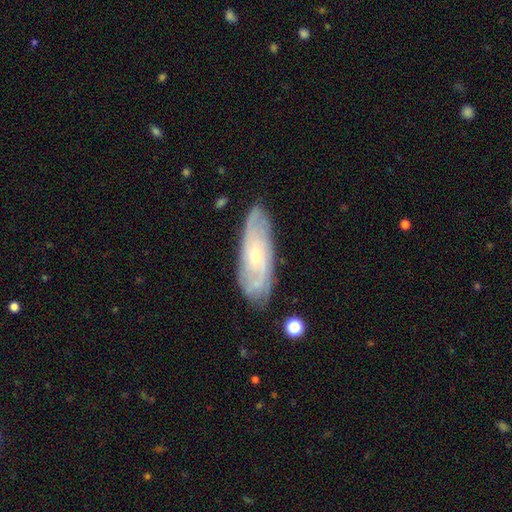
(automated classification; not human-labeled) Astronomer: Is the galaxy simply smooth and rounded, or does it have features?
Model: featured or disk — 69%.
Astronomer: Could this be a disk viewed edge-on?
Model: no — 83%.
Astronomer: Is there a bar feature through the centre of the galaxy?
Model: no — 70%.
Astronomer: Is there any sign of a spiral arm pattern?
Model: yes — 86%.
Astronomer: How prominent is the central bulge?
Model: small — 65%.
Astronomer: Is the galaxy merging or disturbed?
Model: none — 79%.